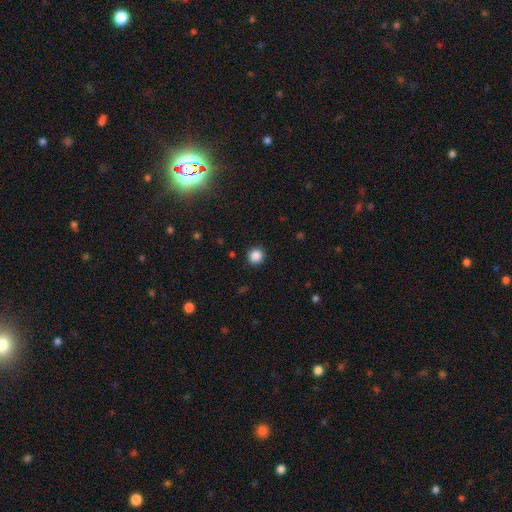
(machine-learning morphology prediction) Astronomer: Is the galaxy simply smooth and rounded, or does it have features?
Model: smooth — 86%.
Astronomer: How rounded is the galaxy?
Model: round — 94%.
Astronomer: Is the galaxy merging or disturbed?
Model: none — 91%.